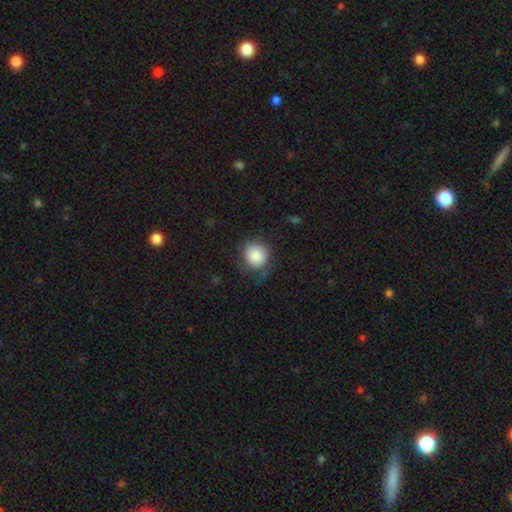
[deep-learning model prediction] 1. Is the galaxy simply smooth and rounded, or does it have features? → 81% smooth, 11% featured or disk, 8% star or artifact.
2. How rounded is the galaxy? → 88% round, 11% in between, 1% cigar-shaped.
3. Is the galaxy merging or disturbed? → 61% none, 24% minor disturbance, 13% major disturbance, 2% merger.